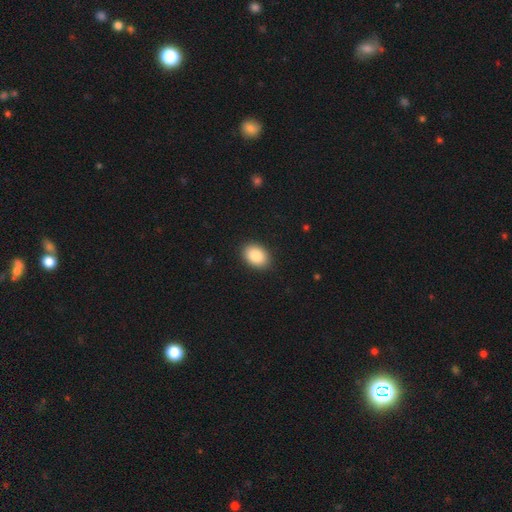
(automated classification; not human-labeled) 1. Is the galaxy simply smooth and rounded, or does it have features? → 89% smooth, 7% star or artifact, 4% featured or disk.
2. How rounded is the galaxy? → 80% in between, 19% round, 1% cigar-shaped.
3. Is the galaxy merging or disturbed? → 90% none, 7% minor disturbance, 2% major disturbance, 1% merger.